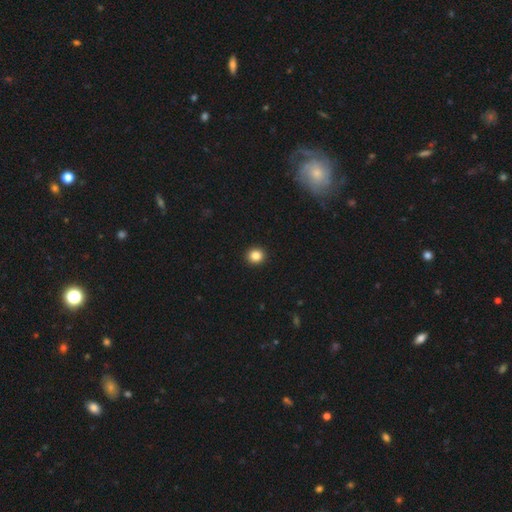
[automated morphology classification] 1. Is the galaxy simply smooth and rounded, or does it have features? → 85% smooth, 11% star or artifact, 4% featured or disk.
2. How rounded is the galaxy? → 92% round, 7% in between, 1% cigar-shaped.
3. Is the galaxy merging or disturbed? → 94% none, 4% minor disturbance, 1% major disturbance, 1% merger.